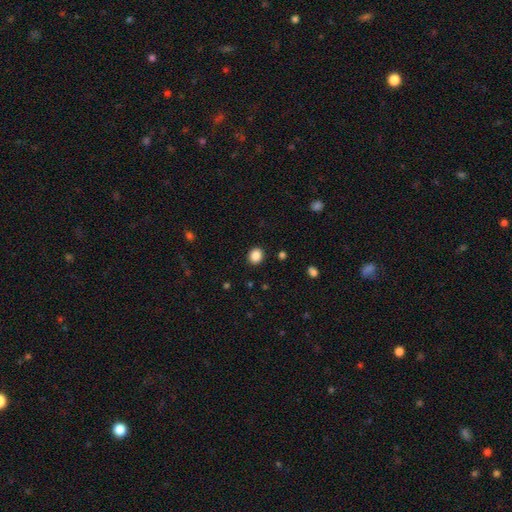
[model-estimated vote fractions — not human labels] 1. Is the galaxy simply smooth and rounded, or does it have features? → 87% smooth, 10% star or artifact, 3% featured or disk.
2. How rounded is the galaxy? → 70% round, 30% in between, 1% cigar-shaped.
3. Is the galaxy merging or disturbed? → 91% none, 6% minor disturbance, 2% major disturbance, 1% merger.